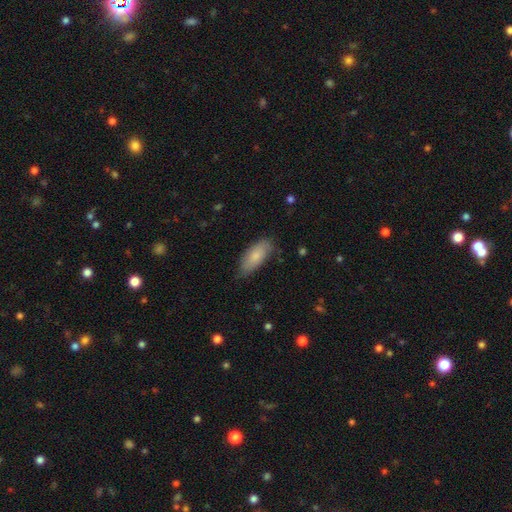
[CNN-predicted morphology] Smooth or featured? smooth (80%)
How rounded? in between (83%)
Merging? none (72%)